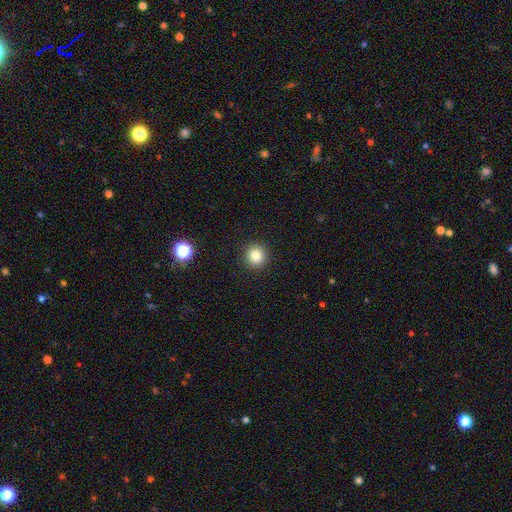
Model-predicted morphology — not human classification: smooth-or-featured: smooth: 82% | star or artifact: 12% | featured or disk: 6%
  how-rounded: round: 94% | in between: 5% | cigar-shaped: 1%
  merging: none: 92% | minor disturbance: 5% | major disturbance: 2% | merger: 1%